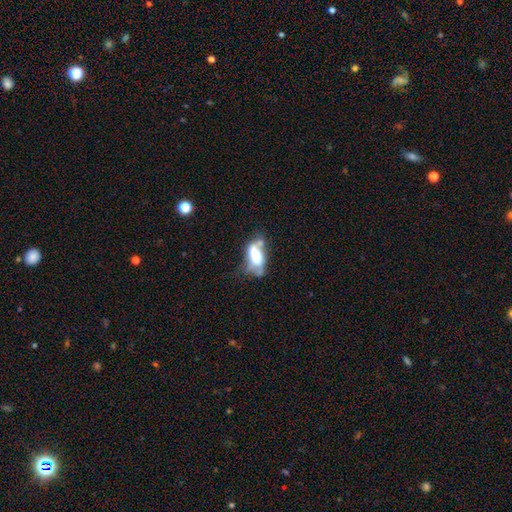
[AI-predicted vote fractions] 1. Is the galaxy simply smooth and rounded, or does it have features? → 46% smooth, 45% featured or disk, 8% star or artifact.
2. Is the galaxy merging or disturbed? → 30% merger, 25% none, 23% minor disturbance, 22% major disturbance.